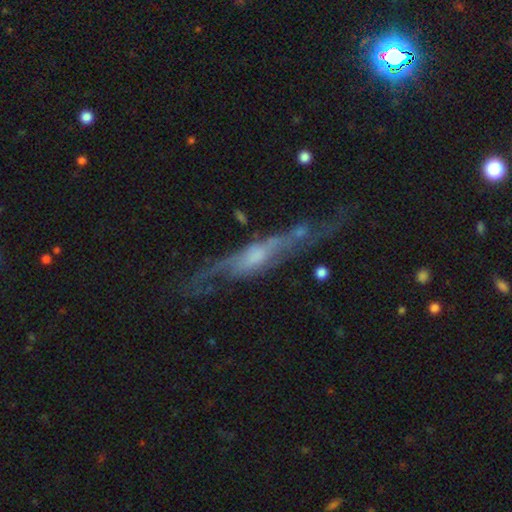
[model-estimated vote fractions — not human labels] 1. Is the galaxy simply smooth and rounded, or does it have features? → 75% featured or disk, 18% smooth, 7% star or artifact.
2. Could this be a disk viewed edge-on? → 56% yes, 44% no.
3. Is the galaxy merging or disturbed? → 50% none, 23% minor disturbance, 21% major disturbance, 6% merger.